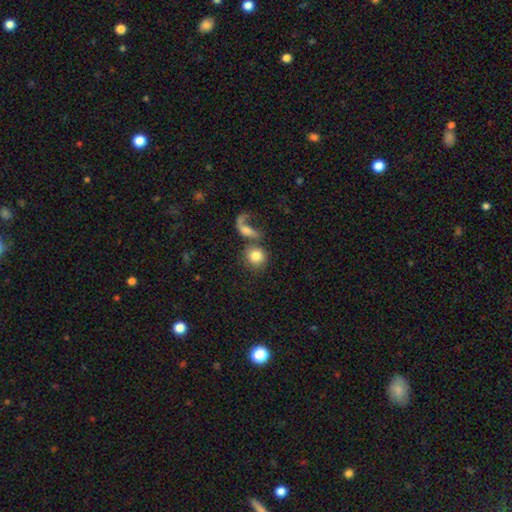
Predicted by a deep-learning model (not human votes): The model was most divided on "merging": none: 41%, merger: 36%, major disturbance: 14%, minor disturbance: 9%. More confident: how rounded — round (86%); smooth or featured — smooth (76%).